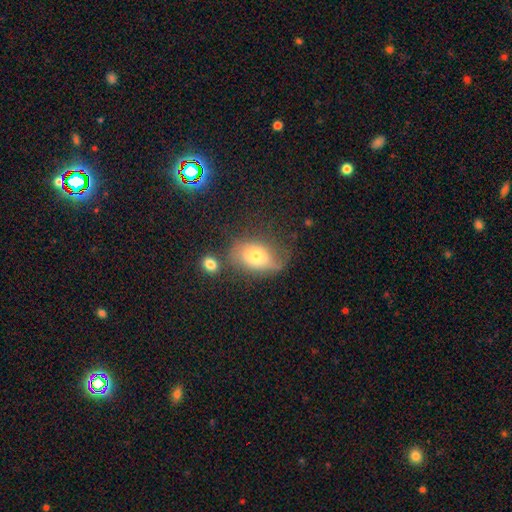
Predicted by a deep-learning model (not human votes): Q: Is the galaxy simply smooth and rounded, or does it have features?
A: smooth — 59%.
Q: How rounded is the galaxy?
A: in between — 75%.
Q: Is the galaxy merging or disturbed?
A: none — 43%.